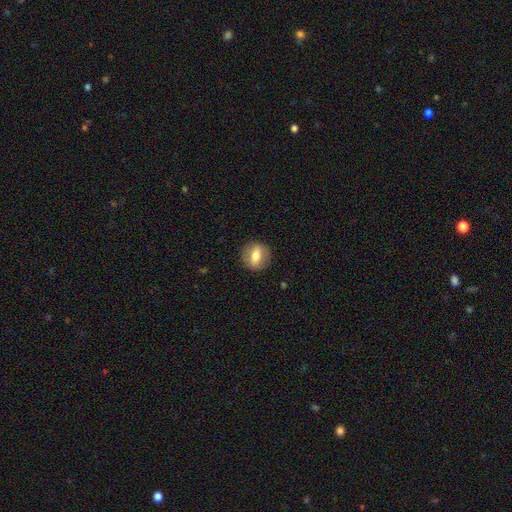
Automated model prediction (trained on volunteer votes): A smooth galaxy with no disk features (62%) that is round (54%).

Vote fractions:
- Smooth or featured? smooth: 62% / featured or disk: 30% / star or artifact: 8%
- How rounded? round: 54% / in between: 41% / cigar-shaped: 5%
- Merging? none: 87% / minor disturbance: 9% / major disturbance: 3% / merger: 1%